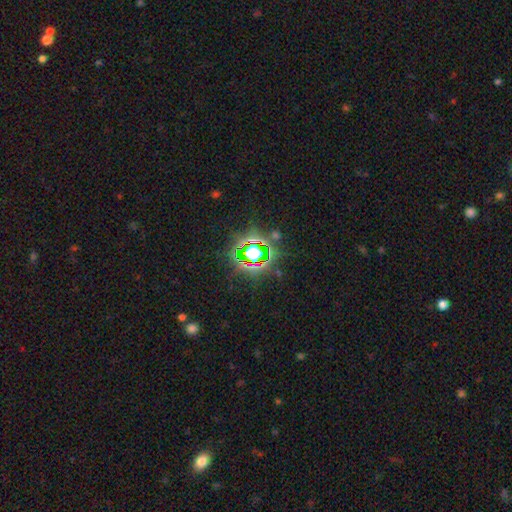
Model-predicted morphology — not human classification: Overall: star or artifact (75%).